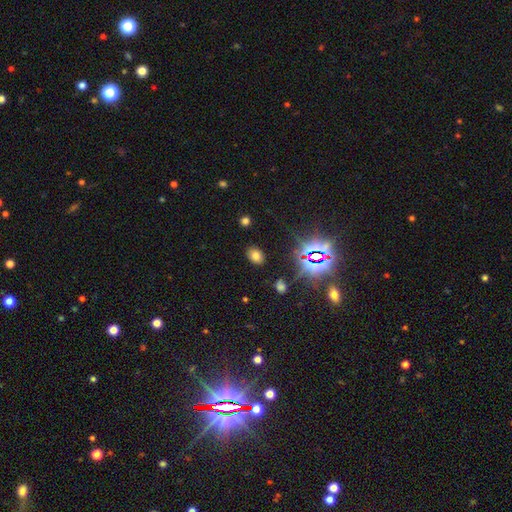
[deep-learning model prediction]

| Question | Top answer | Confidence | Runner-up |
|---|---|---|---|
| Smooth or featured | smooth | 67% | star or artifact (24%) |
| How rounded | in between | 78% | round (21%) |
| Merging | none | 87% | minor disturbance (9%) |